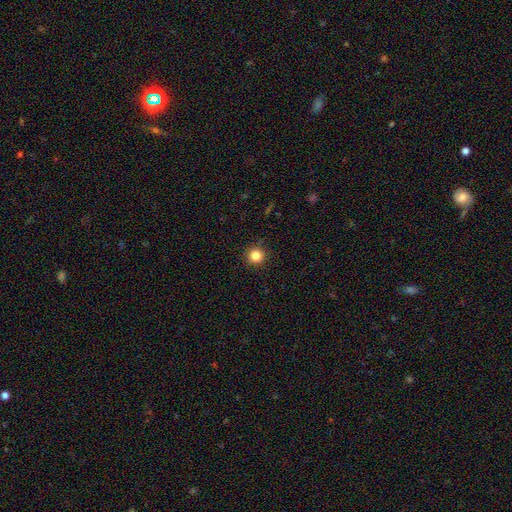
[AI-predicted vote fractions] A smooth galaxy with no disk features (84%) that is round (95%). Merging: none (92%).